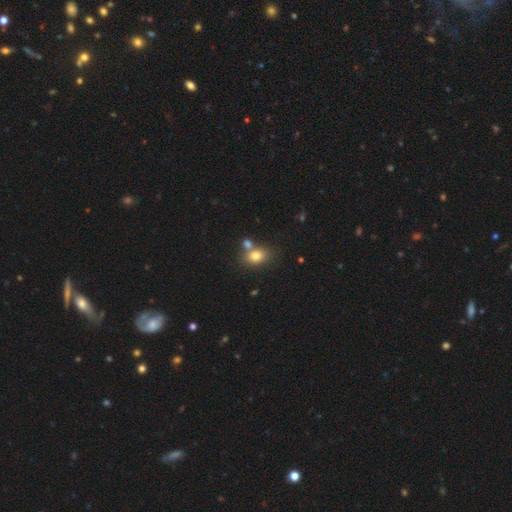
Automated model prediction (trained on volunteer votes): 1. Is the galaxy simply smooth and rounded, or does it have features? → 78% smooth, 11% star or artifact, 11% featured or disk.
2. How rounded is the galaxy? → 69% in between, 29% round, 2% cigar-shaped.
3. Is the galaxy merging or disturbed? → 56% none, 28% merger, 12% minor disturbance, 4% major disturbance.